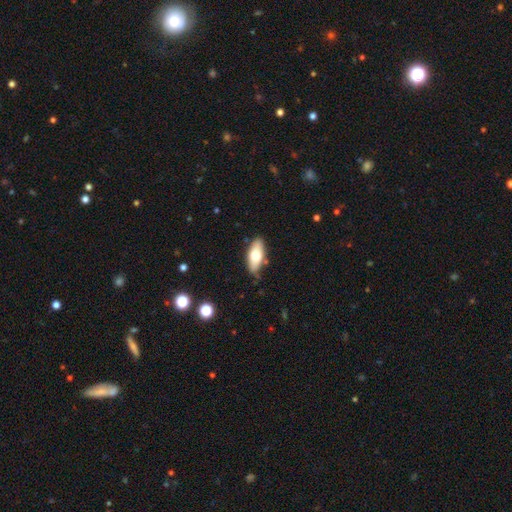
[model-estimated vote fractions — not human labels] Q: Smooth or featured?
A: smooth (67%); runner-up: featured or disk (27%)
Q: How rounded?
A: in between (83%); runner-up: cigar-shaped (15%)
Q: Merging?
A: none (81%); runner-up: minor disturbance (15%)